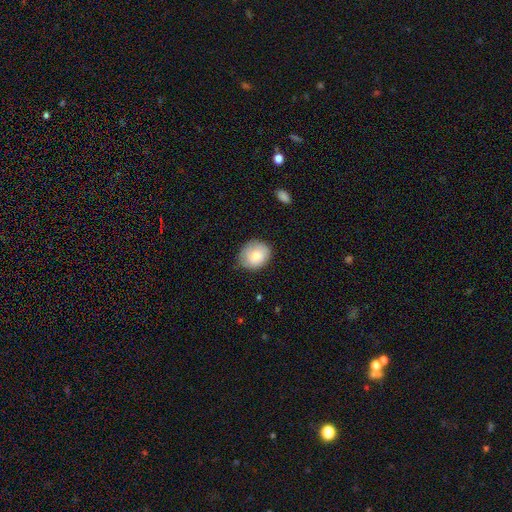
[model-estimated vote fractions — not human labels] This appears to be a smooth galaxy with no disk features (78%) that is round (64%). Merging: none (71%).